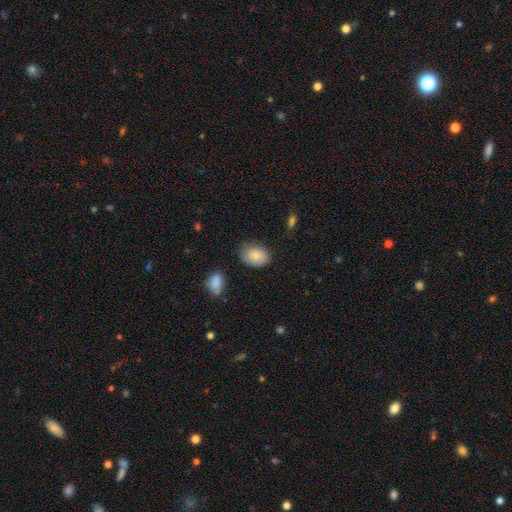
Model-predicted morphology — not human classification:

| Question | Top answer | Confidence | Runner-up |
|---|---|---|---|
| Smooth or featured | smooth | 85% | featured or disk (8%) |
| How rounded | in between | 72% | round (27%) |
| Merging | none | 70% | minor disturbance (23%) |